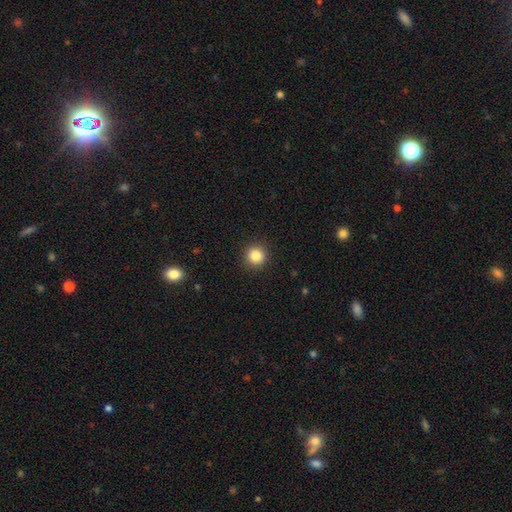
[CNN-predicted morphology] A smooth galaxy with no disk features (85%) that is round (94%).

Vote fractions:
- Smooth or featured? smooth: 85% / star or artifact: 11% / featured or disk: 4%
- How rounded? round: 94% / in between: 5% / cigar-shaped: 1%
- Merging? none: 92% / minor disturbance: 5% / major disturbance: 2% / merger: 1%